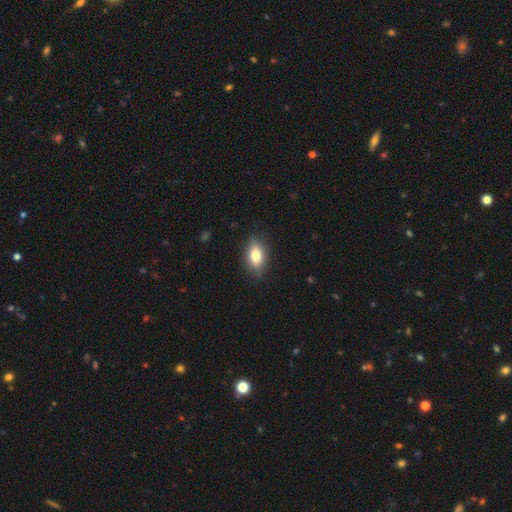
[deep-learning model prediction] smooth-or-featured: smooth: 77% | featured or disk: 15% | star or artifact: 8%
  how-rounded: in between: 84% | round: 11% | cigar-shaped: 5%
  merging: none: 82% | minor disturbance: 14% | major disturbance: 3% | merger: 1%